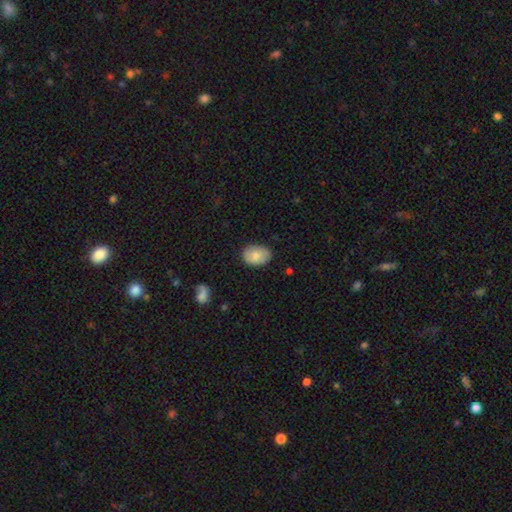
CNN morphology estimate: This appears to be a smooth galaxy with no disk features (83%) that is in between round and cigar-shaped (80%). Merging: none (83%).